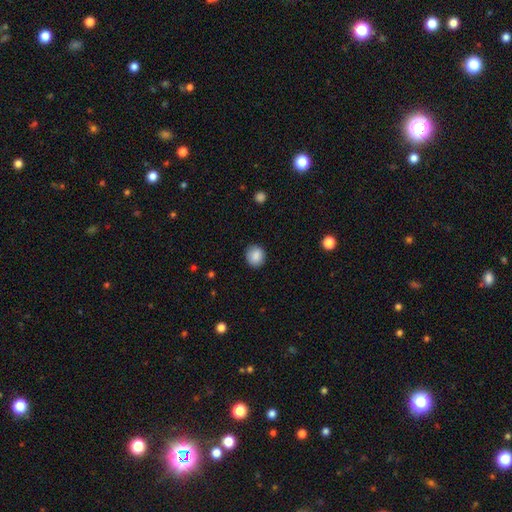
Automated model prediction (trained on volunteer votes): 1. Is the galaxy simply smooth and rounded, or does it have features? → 87% smooth, 8% star or artifact, 5% featured or disk.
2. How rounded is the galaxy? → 77% round, 22% in between, 1% cigar-shaped.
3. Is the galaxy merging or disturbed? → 86% none, 10% minor disturbance, 2% major disturbance, 1% merger.